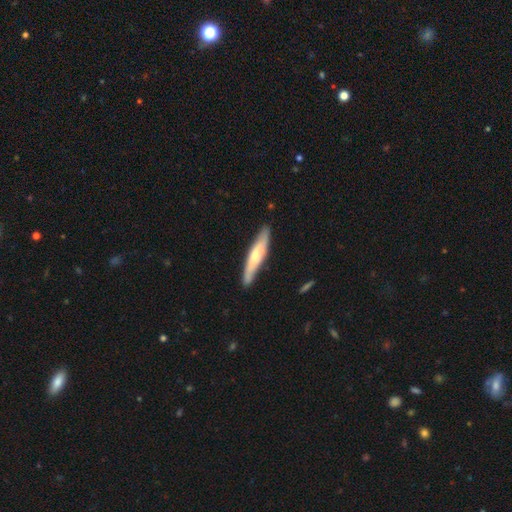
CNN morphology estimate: Smooth or featured? smooth (48%)
Merging? none (85%)